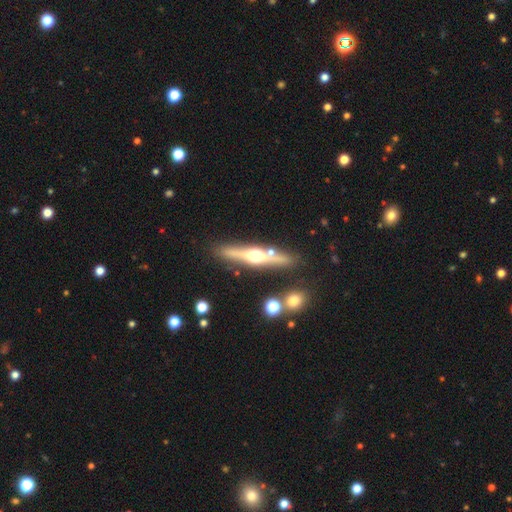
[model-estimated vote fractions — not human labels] Q: Smooth or featured?
A: featured or disk (70%); runner-up: smooth (23%)
Q: Edge-on disk?
A: yes (96%); runner-up: no (4%)
Q: Edge-on bulge?
A: rounded (94%); runner-up: boxy (3%)
Q: Merging?
A: none (83%); runner-up: minor disturbance (9%)